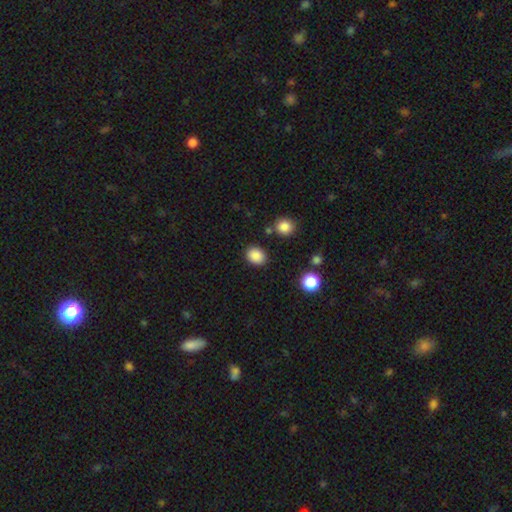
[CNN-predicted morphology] The model was most divided on "how rounded": round: 57%, in between: 43%, cigar-shaped: 1%. More confident: smooth or featured — smooth (87%); merging — none (86%).